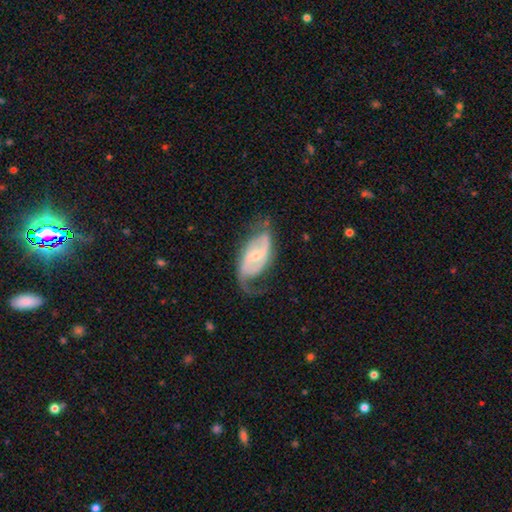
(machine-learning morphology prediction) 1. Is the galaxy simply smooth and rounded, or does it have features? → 83% featured or disk, 12% smooth, 5% star or artifact.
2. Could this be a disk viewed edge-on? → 95% no, 5% yes.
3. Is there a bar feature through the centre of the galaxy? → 44% weak, 30% strong, 26% no.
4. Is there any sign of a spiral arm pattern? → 93% yes, 7% no.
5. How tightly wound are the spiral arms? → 41% medium, 40% loose, 19% tight.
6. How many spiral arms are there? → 79% 2, 8% 1, 8% can't tell, 2% 3, 1% 4, 1% more than 4.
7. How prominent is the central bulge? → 61% small, 33% moderate, 3% none, 2% large, 1% dominant.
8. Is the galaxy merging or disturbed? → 56% none, 23% minor disturbance, 18% major disturbance, 2% merger.